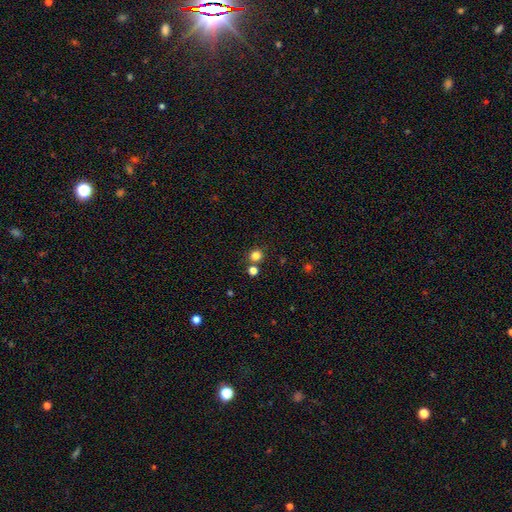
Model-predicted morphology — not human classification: Smooth or featured? smooth (81%)
How rounded? round (87%)
Merging? none (76%)